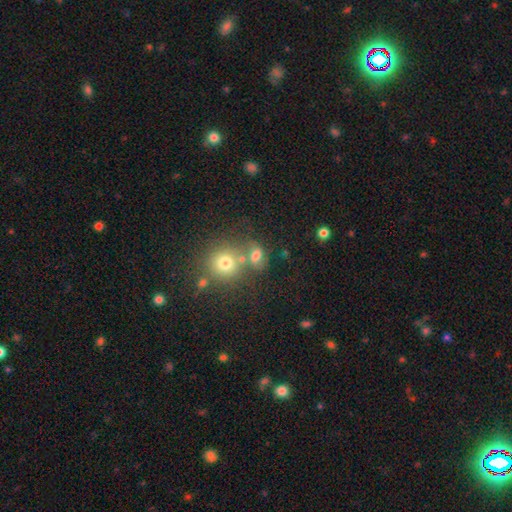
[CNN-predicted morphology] A smooth galaxy with no disk features (66%) that is in between round and cigar-shaped (52%). Merging: none (45%).